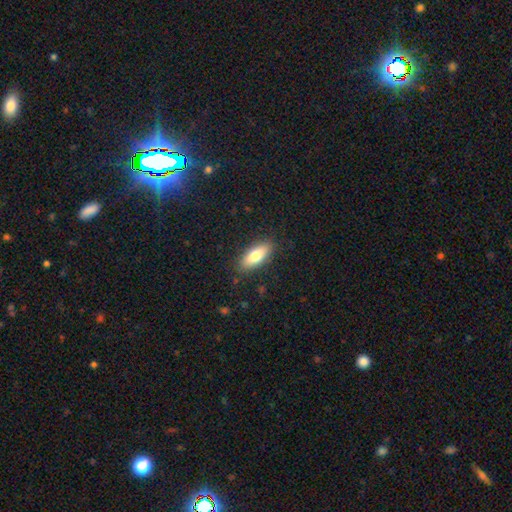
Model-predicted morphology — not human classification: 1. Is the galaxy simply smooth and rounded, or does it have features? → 76% smooth, 17% featured or disk, 6% star or artifact.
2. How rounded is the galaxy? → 75% in between, 23% cigar-shaped, 2% round.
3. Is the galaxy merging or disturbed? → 87% none, 10% minor disturbance, 2% major disturbance, 1% merger.